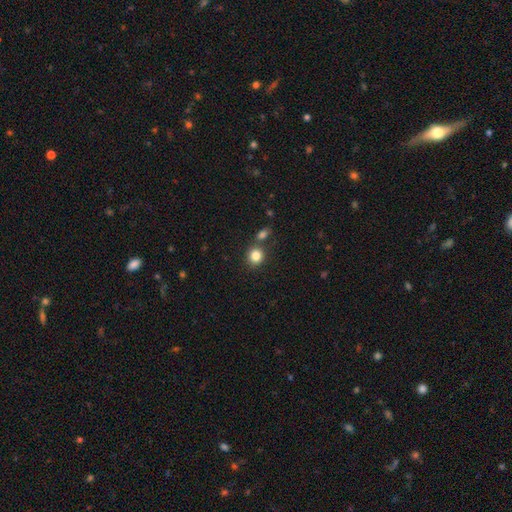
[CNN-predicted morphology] This appears to be a smooth galaxy with no disk features (84%) that is round (80%). Merging: none (70%).